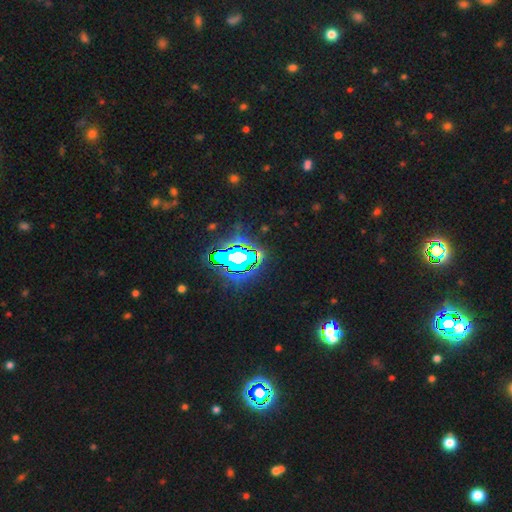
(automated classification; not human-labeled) smooth-or-featured: star or artifact: 67% | featured or disk: 18% | smooth: 15%